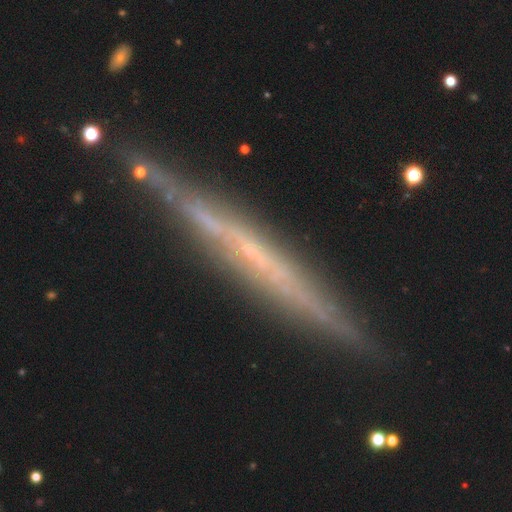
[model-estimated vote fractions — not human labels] Smooth or featured: featured or disk — 65% (smooth — 21%)
Edge-on disk: yes — 94% (no — 6%)
Edge-on bulge: none — 84% (rounded — 11%)
Merging: none — 87% (minor disturbance — 9%)